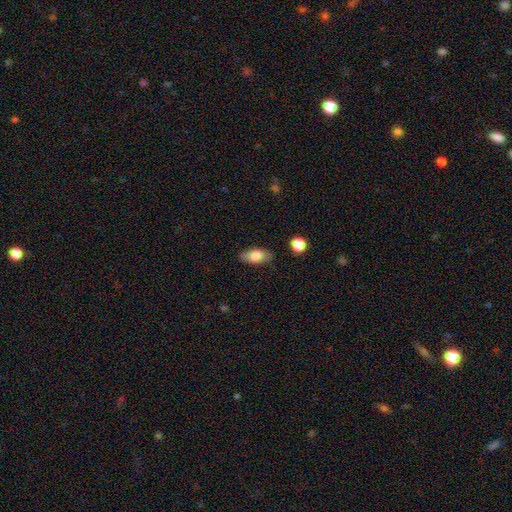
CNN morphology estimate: Smooth or featured? smooth (79%)
How rounded? in between (90%)
Merging? none (81%)